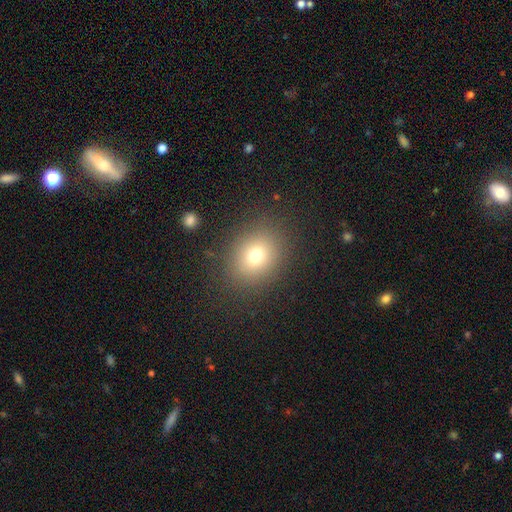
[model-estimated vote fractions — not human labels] smooth 73%, star or artifact 16%, featured or disk 11%. Down the decision tree: how rounded — round (58%); merging — none (85%).